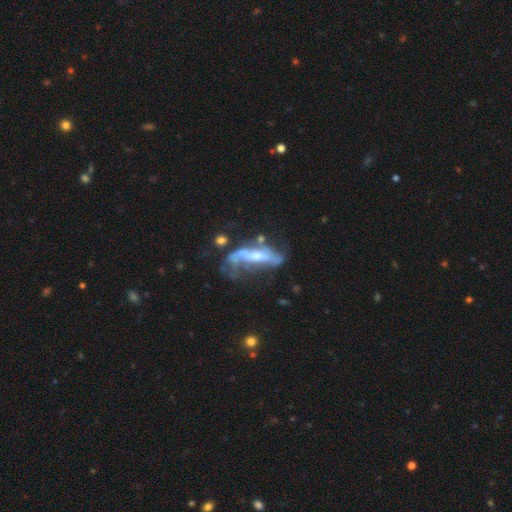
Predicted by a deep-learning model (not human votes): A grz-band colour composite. It shows a featured or disk galaxy (73%) with no bar (39%), spiral arms (66%) and a moderate central bulge (44%). Merging: major disturbance (34%).